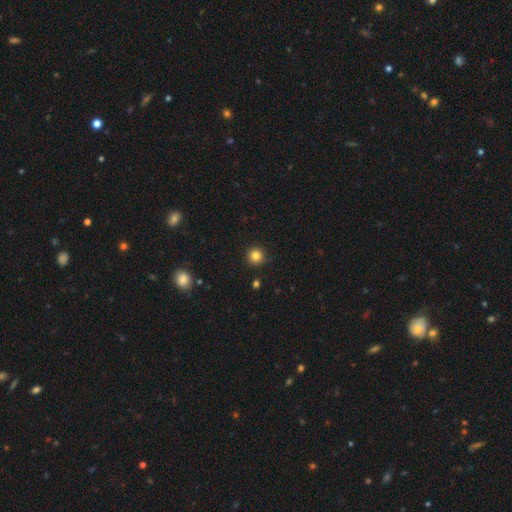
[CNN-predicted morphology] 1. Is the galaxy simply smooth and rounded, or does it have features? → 82% smooth, 12% star or artifact, 5% featured or disk.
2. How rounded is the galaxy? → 95% round, 4% in between, 1% cigar-shaped.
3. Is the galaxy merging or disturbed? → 91% none, 6% minor disturbance, 2% major disturbance, 1% merger.